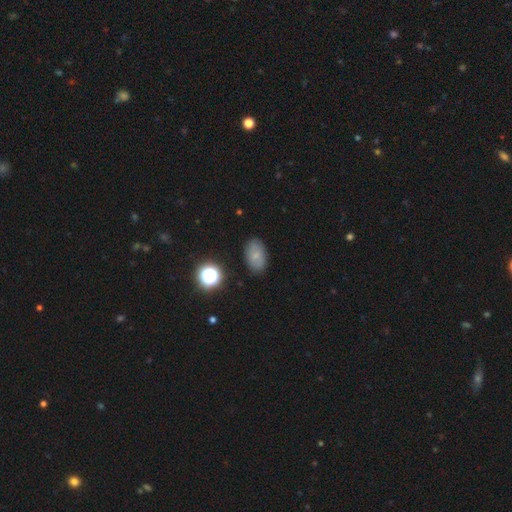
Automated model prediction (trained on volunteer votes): This is likely a smooth galaxy (72%). How rounded: clearly in between (89%). Merging: clearly none (83%).